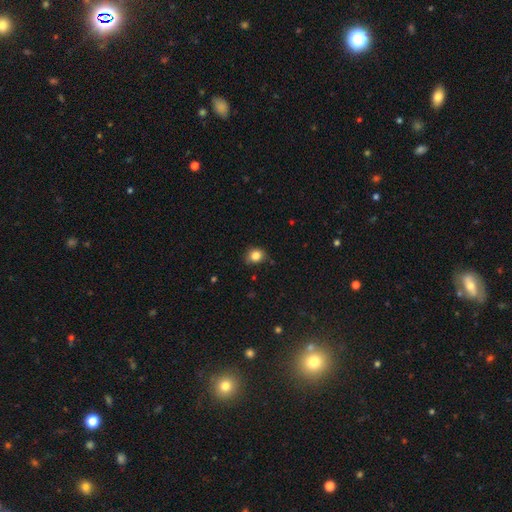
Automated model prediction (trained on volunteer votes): smooth 83%, star or artifact 11%, featured or disk 6%. Down the decision tree: how rounded — round (68%); merging — none (76%).